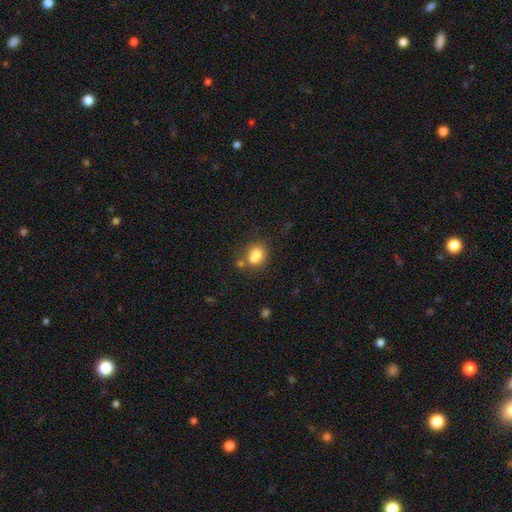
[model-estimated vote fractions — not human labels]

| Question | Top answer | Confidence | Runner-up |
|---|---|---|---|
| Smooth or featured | smooth | 75% | featured or disk (14%) |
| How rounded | round | 50% | in between (48%) |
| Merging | merger | 42% | none (40%) |